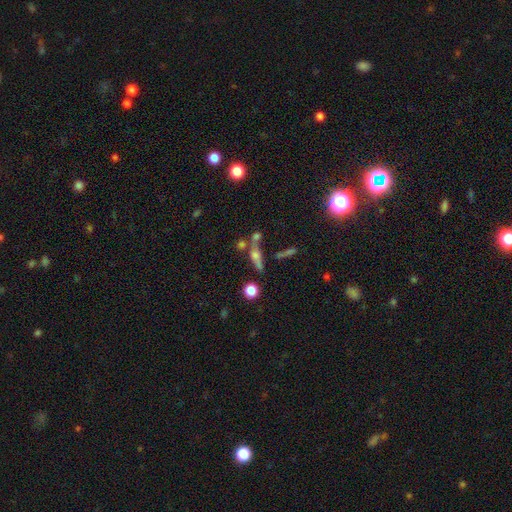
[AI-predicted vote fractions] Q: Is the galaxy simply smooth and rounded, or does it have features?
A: featured or disk — 41%, tied with smooth.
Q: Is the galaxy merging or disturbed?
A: none — 47%.